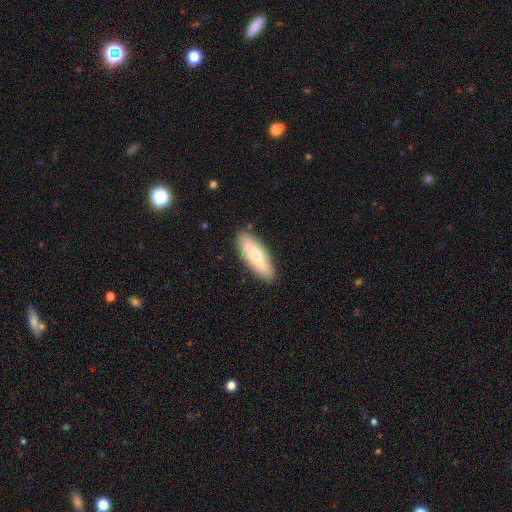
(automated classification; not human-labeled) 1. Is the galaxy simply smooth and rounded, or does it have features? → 65% smooth, 29% featured or disk, 6% star or artifact.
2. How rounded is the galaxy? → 50% in between, 48% cigar-shaped, 2% round.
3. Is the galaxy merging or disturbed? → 88% none, 9% minor disturbance, 2% major disturbance, 1% merger.